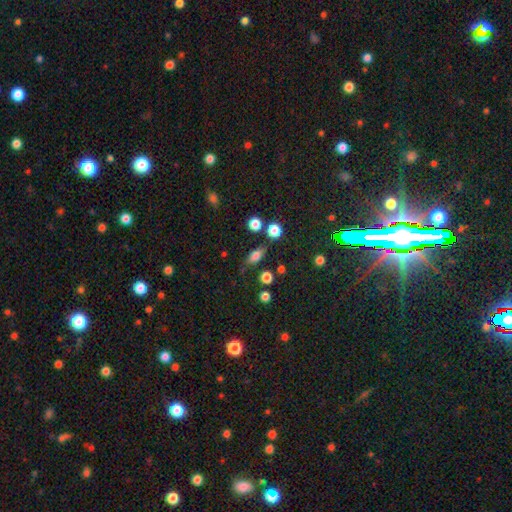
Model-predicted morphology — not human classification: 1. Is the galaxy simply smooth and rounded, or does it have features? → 71% smooth, 18% featured or disk, 11% star or artifact.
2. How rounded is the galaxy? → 69% in between, 17% round, 15% cigar-shaped.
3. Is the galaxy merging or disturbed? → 73% none, 16% minor disturbance, 6% merger, 5% major disturbance.